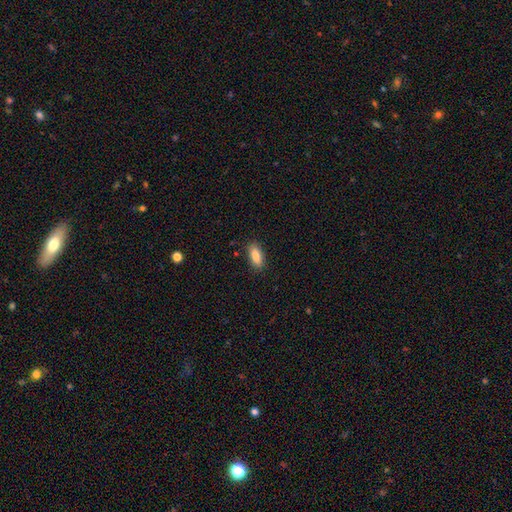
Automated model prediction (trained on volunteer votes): smooth-or-featured: smooth: 85% | featured or disk: 7% | star or artifact: 7%
  how-rounded: in between: 84% | cigar-shaped: 14% | round: 3%
  merging: none: 87% | minor disturbance: 10% | major disturbance: 2% | merger: 1%